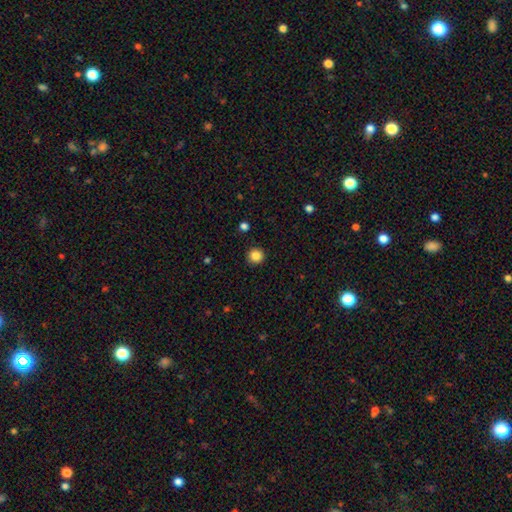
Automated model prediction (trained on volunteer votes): Smooth or featured: smooth — 85% (star or artifact — 11%)
How rounded: round — 95% (in between — 4%)
Merging: none — 92% (minor disturbance — 5%)